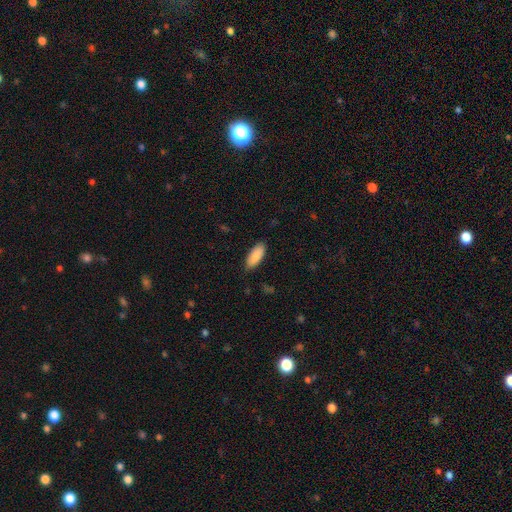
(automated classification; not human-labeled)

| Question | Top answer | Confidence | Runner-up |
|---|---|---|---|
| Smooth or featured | smooth | 89% | star or artifact (6%) |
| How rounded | in between | 83% | cigar-shaped (15%) |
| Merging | none | 87% | minor disturbance (10%) |